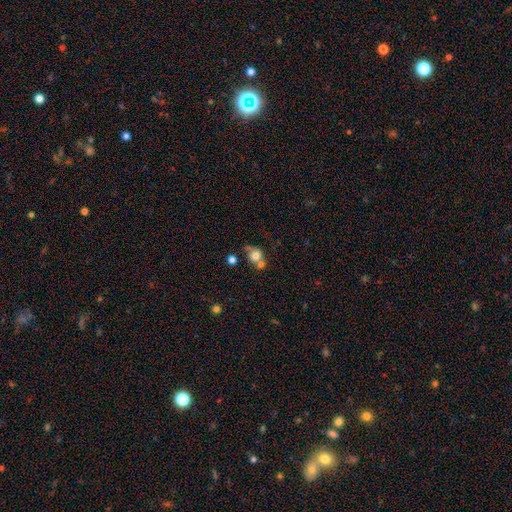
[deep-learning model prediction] smooth-or-featured: smooth: 73% | featured or disk: 16% | star or artifact: 11%
  how-rounded: round: 71% | in between: 28% | cigar-shaped: 1%
  merging: merger: 44% | none: 35% | minor disturbance: 14% | major disturbance: 7%